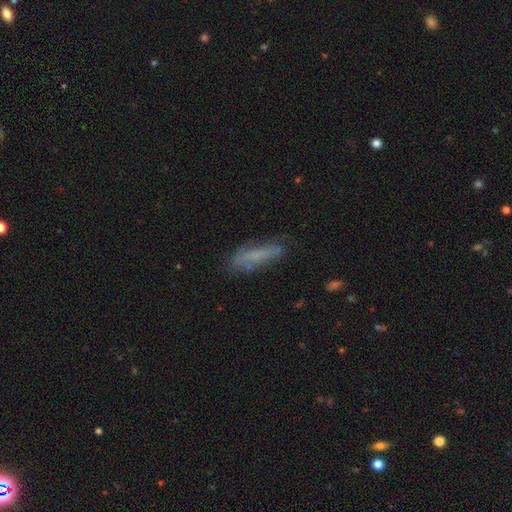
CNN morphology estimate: The model was most divided on "how rounded": cigar-shaped: 63%, in between: 35%, round: 2%. More confident: merging — none (63%); smooth or featured — smooth (61%).